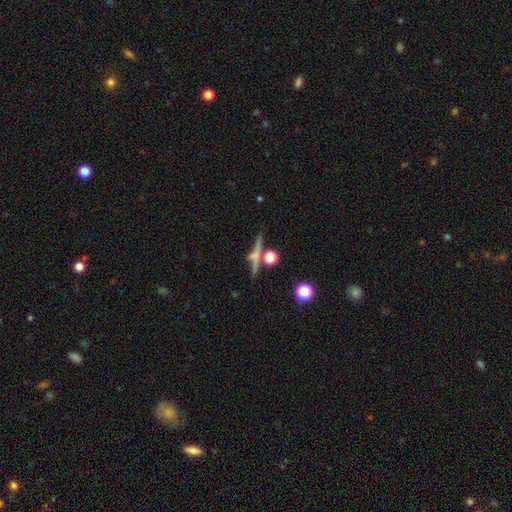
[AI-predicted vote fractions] A featured or disk galaxy (46%). Merging: none (66%).